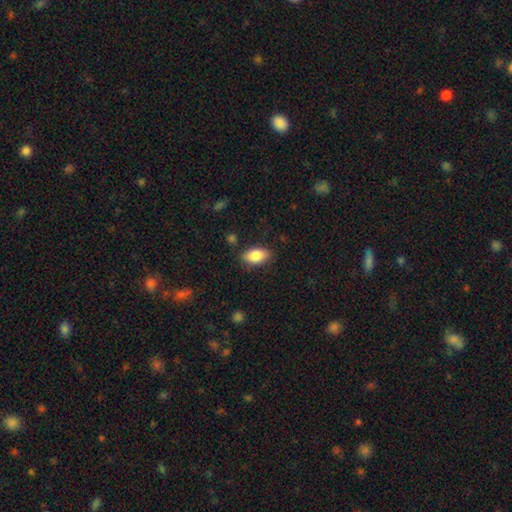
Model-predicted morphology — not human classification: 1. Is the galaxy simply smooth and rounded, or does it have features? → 85% smooth, 8% featured or disk, 7% star or artifact.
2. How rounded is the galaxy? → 90% in between, 5% round, 4% cigar-shaped.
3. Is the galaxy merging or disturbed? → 83% none, 12% minor disturbance, 3% major disturbance, 2% merger.